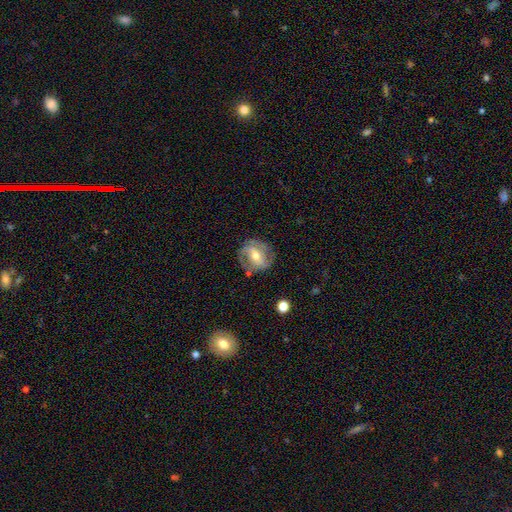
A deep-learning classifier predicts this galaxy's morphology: smooth_or_featured: featured or disk (p=0.76) [alt: smooth p=0.18]
disk_edge_on: no (p=0.96) [alt: yes p=0.04]
bar: weak (p=0.39) [alt: strong p=0.36]
has_spiral_arms: yes (p=0.86) [alt: no p=0.14]
spiral_winding: medium (p=0.45) [alt: tight p=0.38]
spiral_arm_count: 2 (p=0.71) [alt: can't tell p=0.13]
bulge_size: moderate (p=0.61) [alt: small p=0.34]
merging: none (p=0.74) [alt: minor disturbance p=0.17]